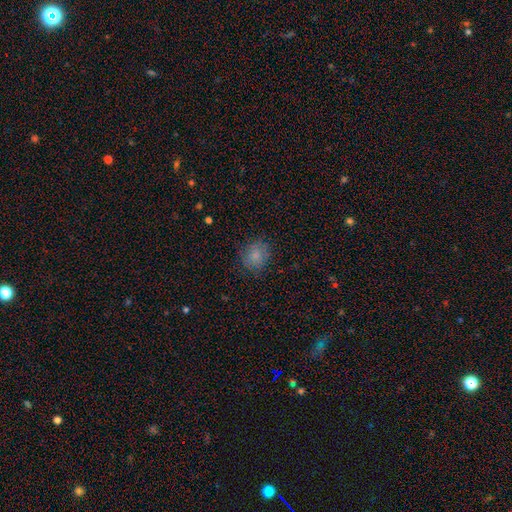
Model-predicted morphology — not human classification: type=smooth (82%); roundness=round (74%); merging=none (80%).